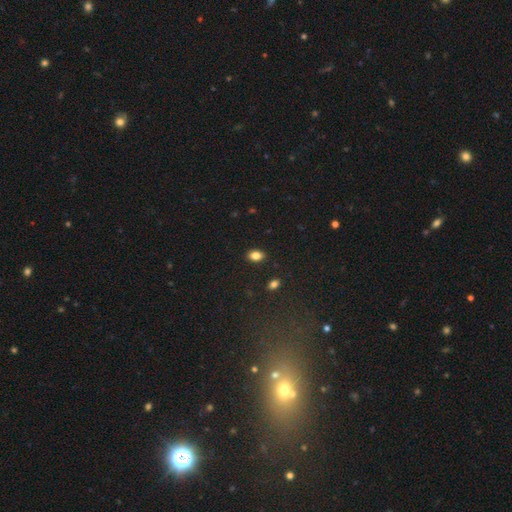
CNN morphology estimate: smooth-or-featured: smooth: 83% | star or artifact: 10% | featured or disk: 6%
  how-rounded: in between: 84% | round: 14% | cigar-shaped: 2%
  merging: none: 88% | minor disturbance: 8% | major disturbance: 2% | merger: 2%